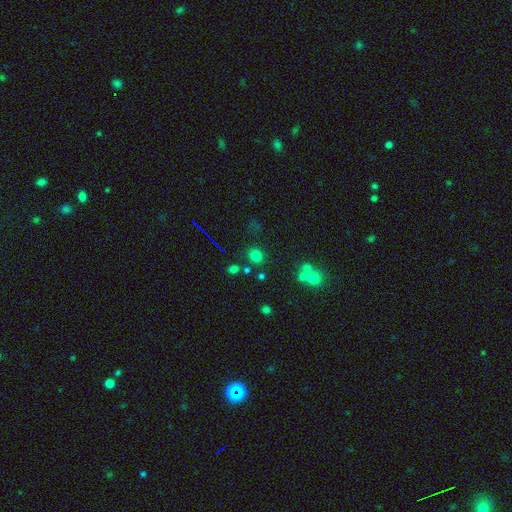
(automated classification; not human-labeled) A smooth galaxy with no disk features (72%) that is round (82%). Merging: none (77%).